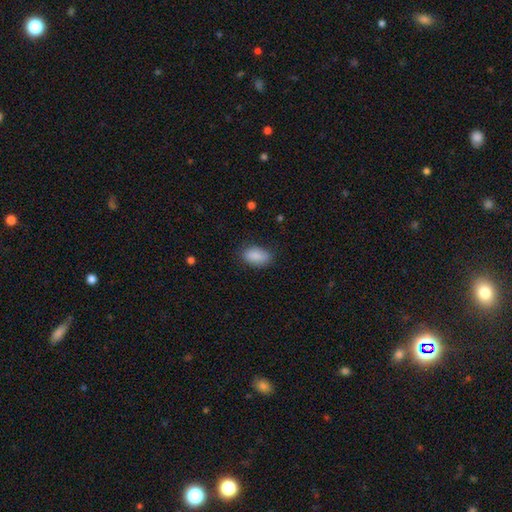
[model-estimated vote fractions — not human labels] This is clearly a smooth galaxy (88%). How rounded: clearly in between (91%). Merging: likely none (80%).